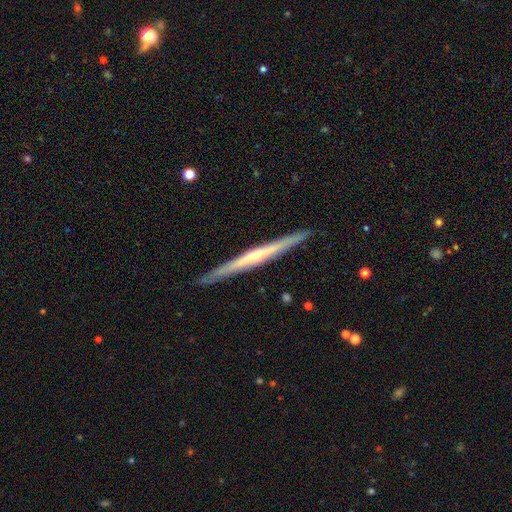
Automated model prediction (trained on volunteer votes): Q: Smooth or featured?
A: featured or disk (75%); runner-up: smooth (20%)
Q: Edge-on disk?
A: yes (98%); runner-up: no (2%)
Q: Edge-on bulge?
A: rounded (57%); runner-up: none (38%)
Q: Merging?
A: none (91%); runner-up: minor disturbance (6%)